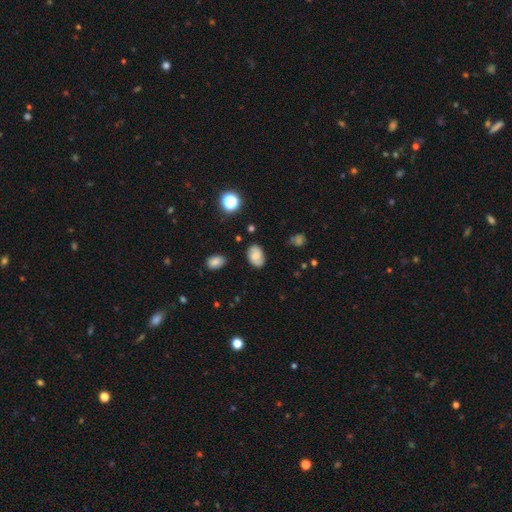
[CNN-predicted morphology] Smooth or featured? Predicted: smooth (p=0.58). How rounded? Predicted: in between (p=0.86). Merging? Predicted: none (p=0.79).